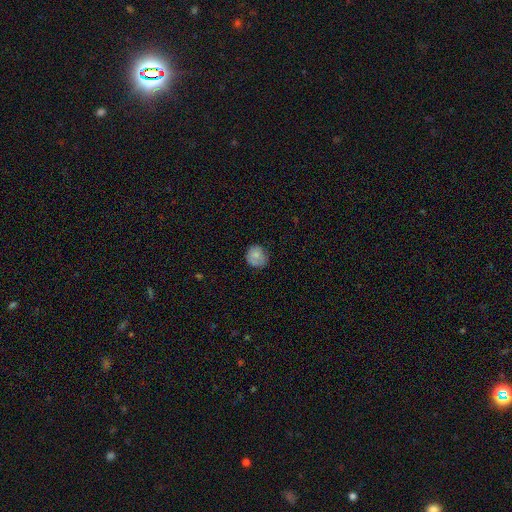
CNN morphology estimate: This is likely a smooth galaxy (78%). How rounded: likely round (78%). Merging: likely none (68%).